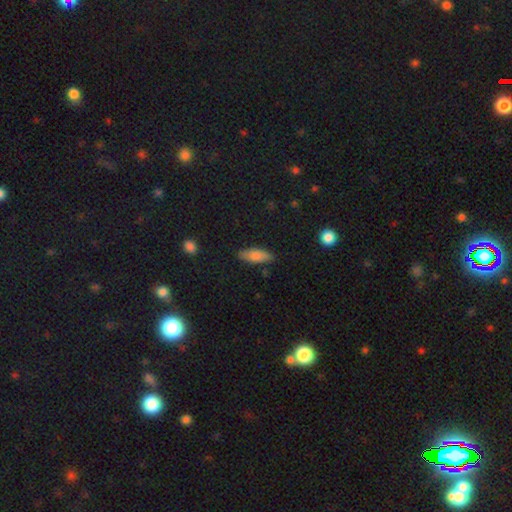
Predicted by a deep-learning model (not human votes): Q: Smooth or featured?
A: smooth (79%); runner-up: featured or disk (14%)
Q: How rounded?
A: in between (65%); runner-up: cigar-shaped (33%)
Q: Merging?
A: none (81%); runner-up: minor disturbance (14%)